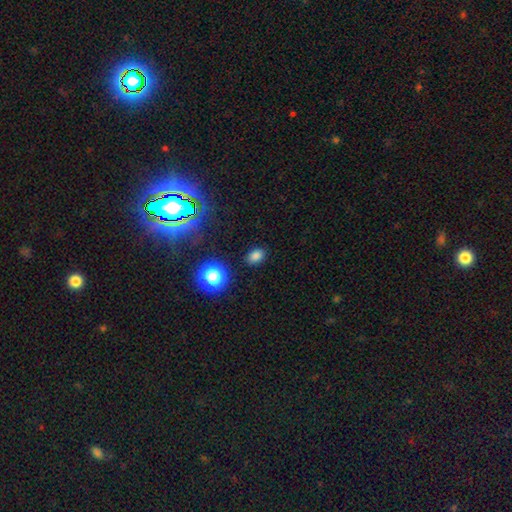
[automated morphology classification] Smooth or featured?
  - smooth: 77% *
  - star or artifact: 18%
  - featured or disk: 5%
How rounded?
  - in between: 75% *
  - round: 24%
  - cigar-shaped: 1%
Merging?
  - none: 86% *
  - minor disturbance: 9%
  - major disturbance: 3%
  - merger: 2%